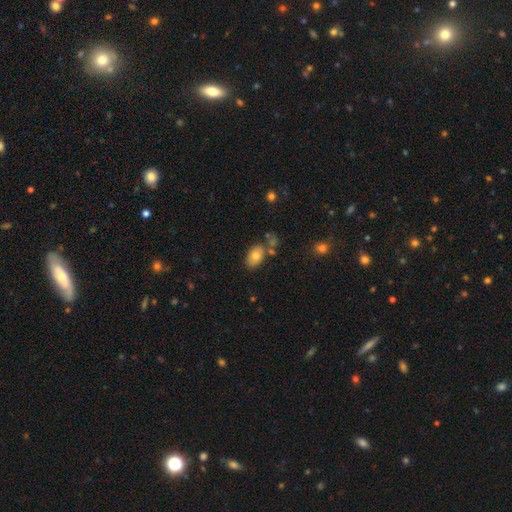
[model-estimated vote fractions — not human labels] Smooth or featured: smooth — 77% (featured or disk — 15%)
How rounded: in between — 89% (round — 10%)
Merging: none — 67% (minor disturbance — 16%)